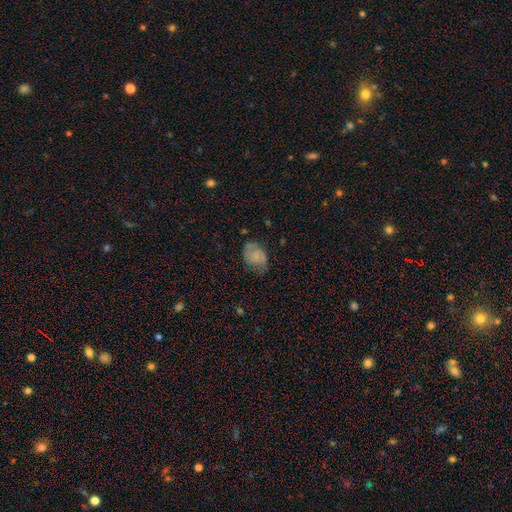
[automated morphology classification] type=smooth (51%); roundness=in between (71%); merging=none (58%).